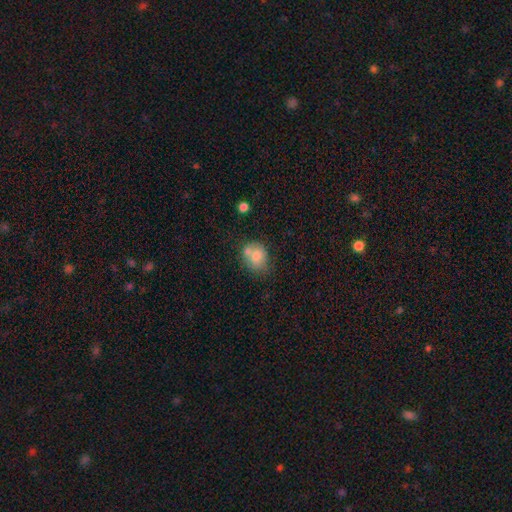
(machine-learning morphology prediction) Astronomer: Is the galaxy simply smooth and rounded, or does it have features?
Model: smooth — 73%.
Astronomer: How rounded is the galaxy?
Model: round — 54% (runner-up: in between, 45%).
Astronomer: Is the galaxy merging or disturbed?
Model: none — 45% (runner-up: merger, 33%).